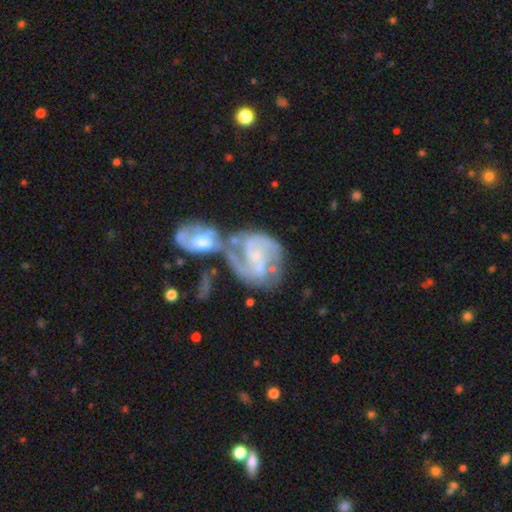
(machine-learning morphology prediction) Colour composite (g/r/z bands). It shows a featured or disk galaxy (83%) with no bar (53%), 2 (64%) medium (47%) spiral arms (92%) and a small central bulge (63%). Merging: merger (58%).